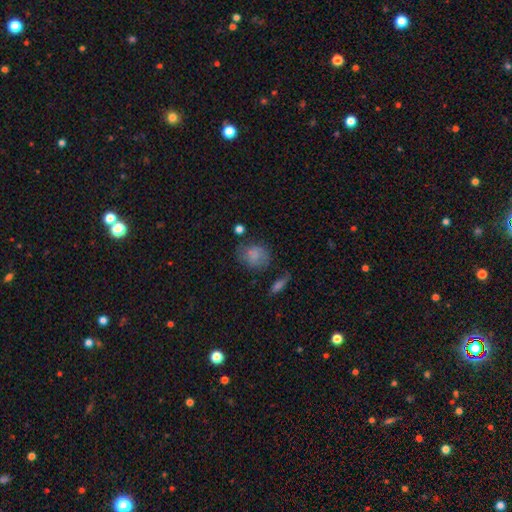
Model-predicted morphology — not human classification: smooth_or_featured: smooth (p=0.79) [alt: featured or disk p=0.11]
how_rounded: round (p=0.60) [alt: in between p=0.38]
merging: none (p=0.61) [alt: minor disturbance p=0.24]